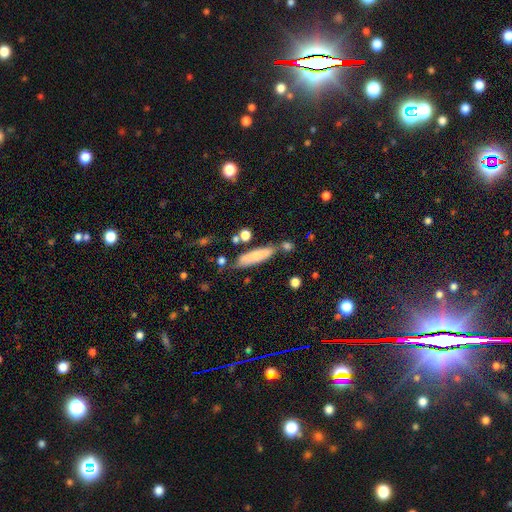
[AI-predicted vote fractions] Morphology: type=smooth (75%); roundness=cigar-shaped (70%); merging=none (70%).